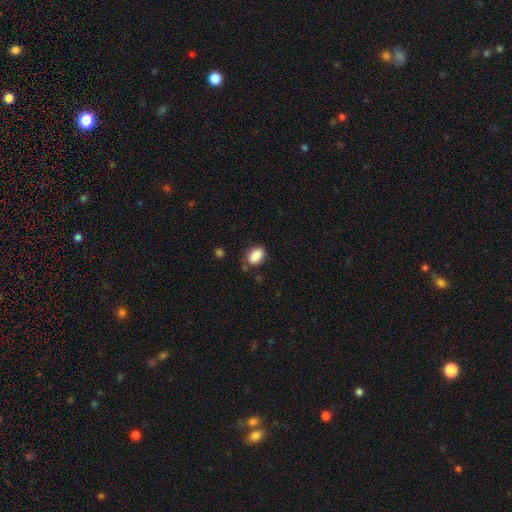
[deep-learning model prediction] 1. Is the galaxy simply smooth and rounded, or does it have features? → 88% smooth, 8% star or artifact, 4% featured or disk.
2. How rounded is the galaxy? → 86% in between, 12% round, 2% cigar-shaped.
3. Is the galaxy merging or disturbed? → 77% none, 17% minor disturbance, 4% major disturbance, 3% merger.